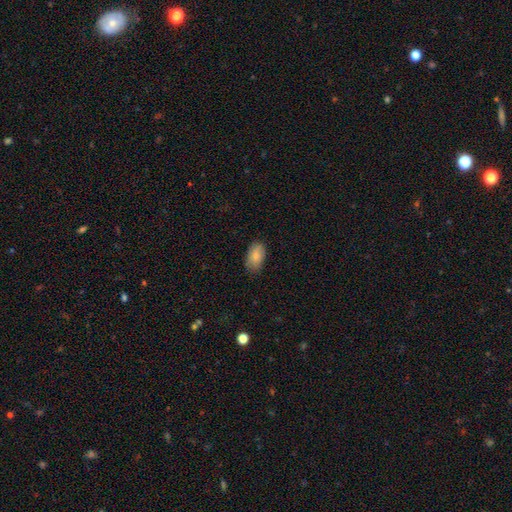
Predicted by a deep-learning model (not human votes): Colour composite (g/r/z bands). It shows a smooth galaxy with no disk features (86%) that is in between round and cigar-shaped (93%). Merging: none (79%).